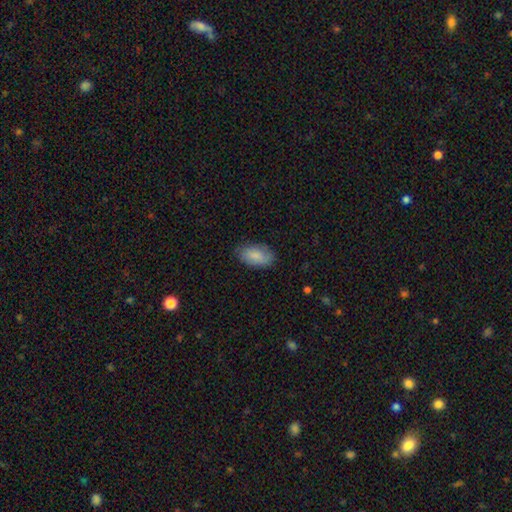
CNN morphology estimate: Smooth or featured? smooth (84%)
How rounded? in between (94%)
Merging? none (80%)